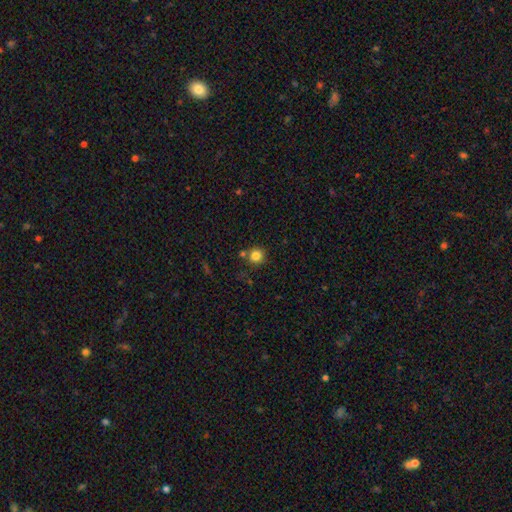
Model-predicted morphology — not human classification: type=smooth (82%); roundness=round (91%); merging=none (76%).